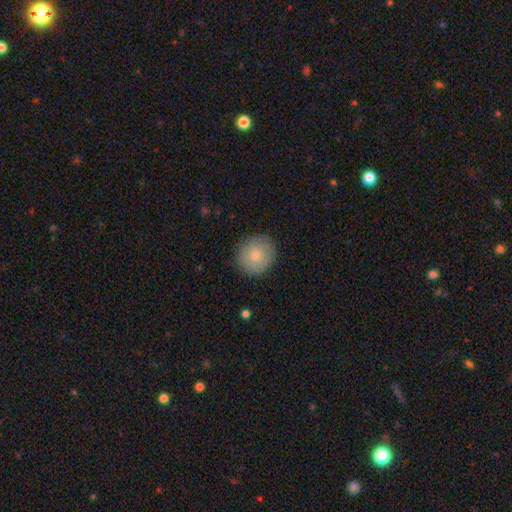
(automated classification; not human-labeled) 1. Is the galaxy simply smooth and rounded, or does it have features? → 77% smooth, 16% featured or disk, 7% star or artifact.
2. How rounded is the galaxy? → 90% round, 9% in between, 1% cigar-shaped.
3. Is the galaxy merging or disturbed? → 87% none, 10% minor disturbance, 2% major disturbance, 1% merger.